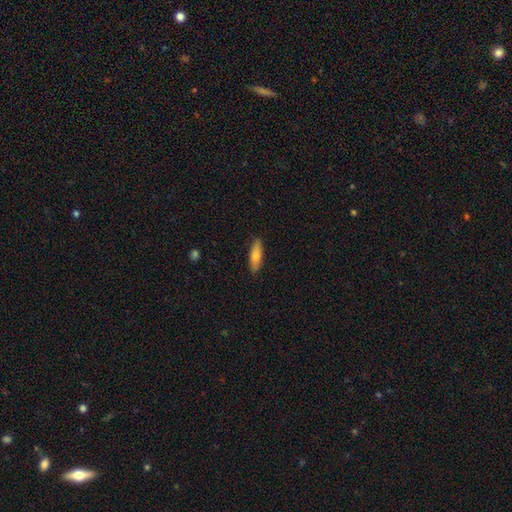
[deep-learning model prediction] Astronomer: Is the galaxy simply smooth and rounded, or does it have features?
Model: smooth — 75%.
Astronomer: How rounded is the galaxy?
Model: in between — 53% (runner-up: cigar-shaped, 45%).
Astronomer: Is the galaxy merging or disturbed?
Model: none — 88%.